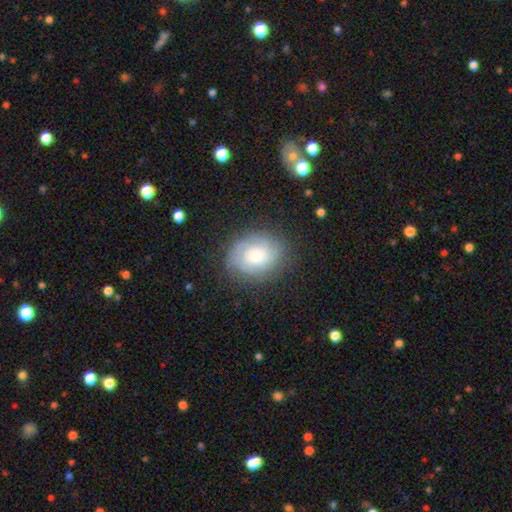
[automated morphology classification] This is possibly a featured or disk galaxy (57%). It is clearly not viewed edge-on (97%). Bar: likely no (76%). Spiral arm pattern: clearly yes (83%). Central bulge: marginally moderate (42%). Merging: likely none (74%).